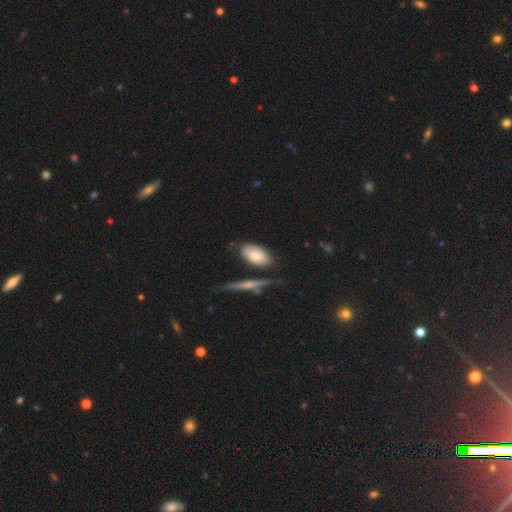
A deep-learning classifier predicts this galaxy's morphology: smooth 72%, featured or disk 22%, star or artifact 6%. Down the decision tree: how rounded — in between (90%); merging — none (61%).